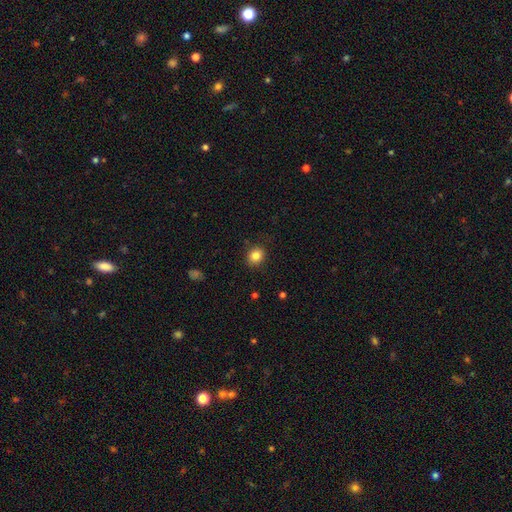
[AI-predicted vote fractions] smooth-or-featured: smooth: 84% | star or artifact: 11% | featured or disk: 6%
  how-rounded: round: 68% | in between: 32% | cigar-shaped: 1%
  merging: none: 87% | minor disturbance: 10% | major disturbance: 3% | merger: 1%